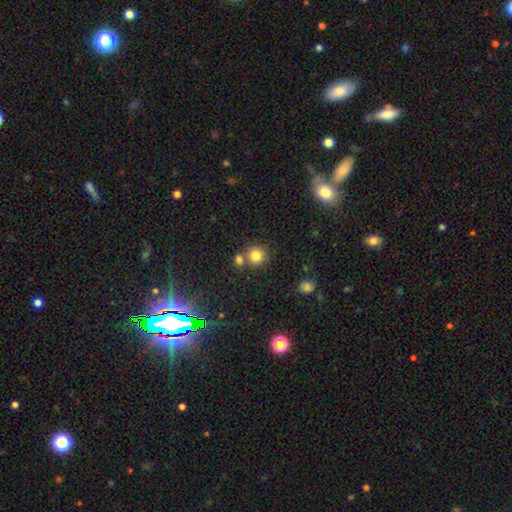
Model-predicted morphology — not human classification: This appears to be a smooth galaxy with no disk features (81%) that is round (88%). Merging: none (65%).